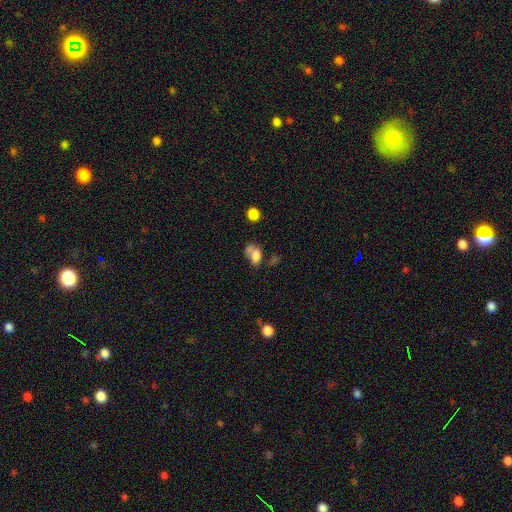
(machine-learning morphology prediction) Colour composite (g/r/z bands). It shows a smooth galaxy with no disk features (74%) that is in between round and cigar-shaped (78%). Merging: merger (37%).